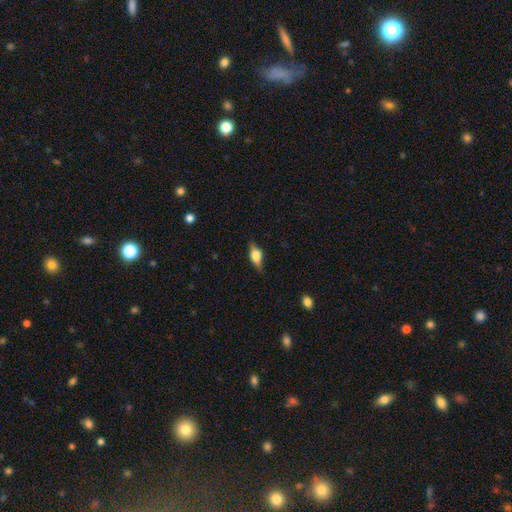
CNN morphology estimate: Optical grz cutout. It shows a smooth galaxy with no disk features (46%). Merging: none (74%).